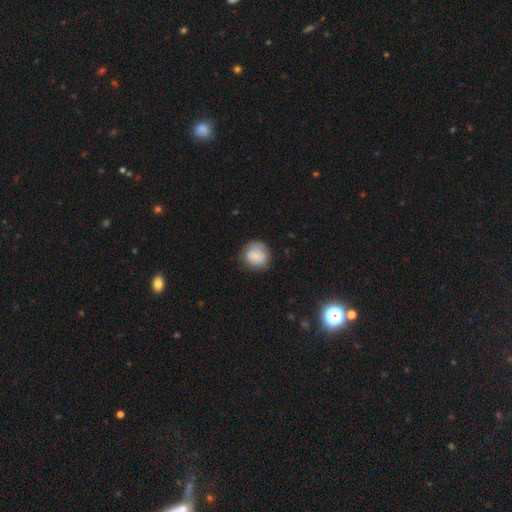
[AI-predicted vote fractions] Q: Smooth or featured?
A: smooth (78%); runner-up: featured or disk (14%)
Q: How rounded?
A: round (81%); runner-up: in between (18%)
Q: Merging?
A: none (68%); runner-up: minor disturbance (22%)